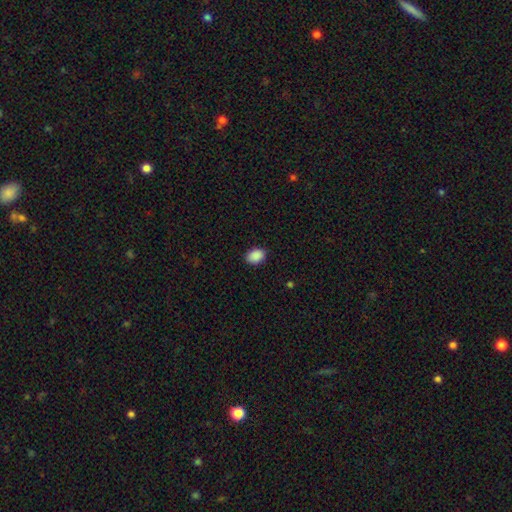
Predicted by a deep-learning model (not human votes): A smooth galaxy with no disk features (90%) that is in between round and cigar-shaped (74%).

Vote fractions:
- Smooth or featured? smooth: 90% / star or artifact: 8% / featured or disk: 2%
- How rounded? in between: 74% / round: 25% / cigar-shaped: 1%
- Merging? none: 89% / minor disturbance: 8% / major disturbance: 2% / merger: 1%